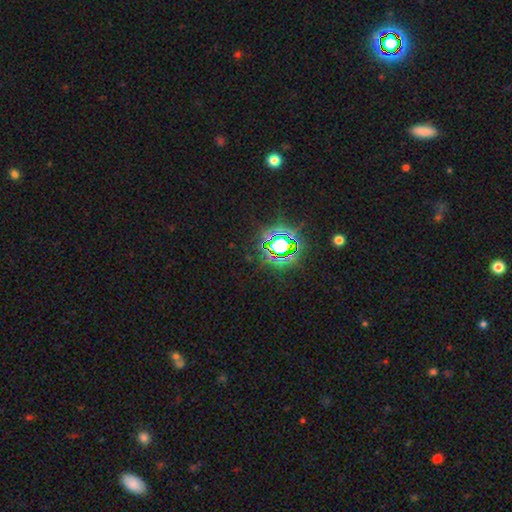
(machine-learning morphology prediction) Smooth or featured? Predicted: star or artifact (p=0.79).